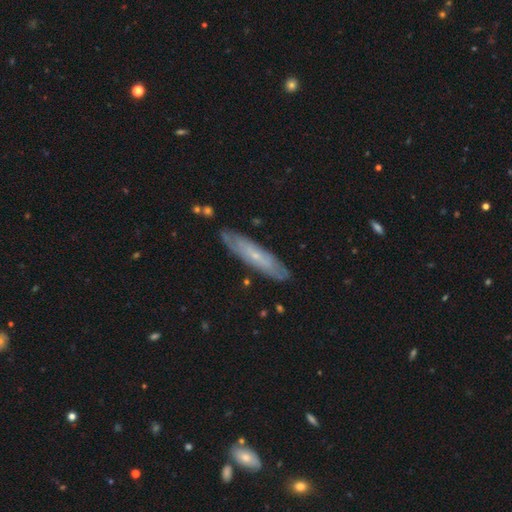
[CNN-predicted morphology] This is possibly a featured or disk galaxy (59%). It is possibly not viewed edge-on (50%, tied with yes). Merging: clearly none (83%).